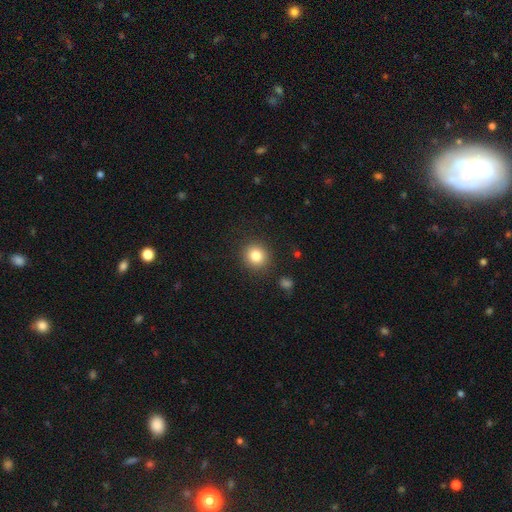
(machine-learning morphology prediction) This is clearly a smooth galaxy (83%). How rounded: clearly round (88%). Merging: clearly none (88%).